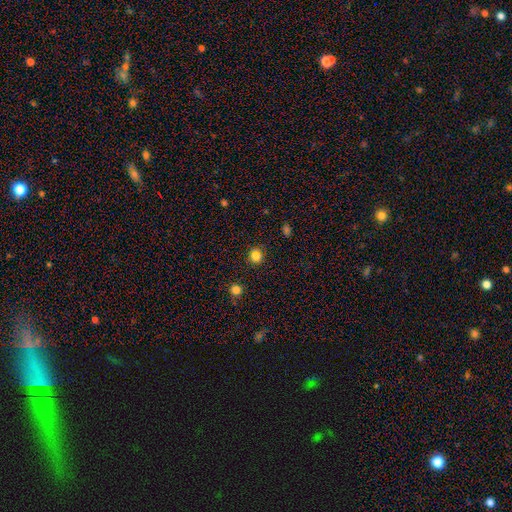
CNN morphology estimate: Overall: smooth (81%). How rounded: round (87%). Merging: none (87%).